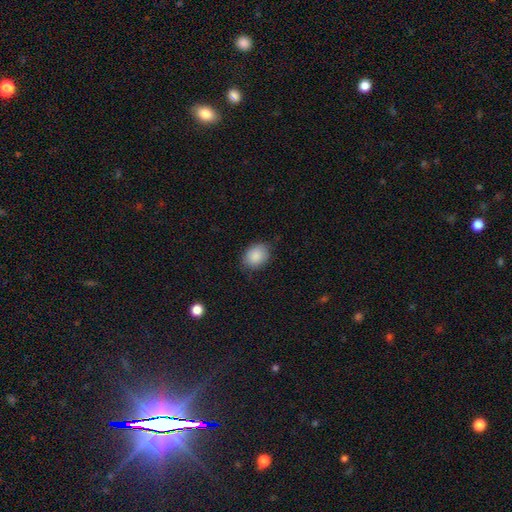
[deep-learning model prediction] smooth 89%, star or artifact 7%, featured or disk 4%. Down the decision tree: how rounded — in between (65%); merging — none (79%).